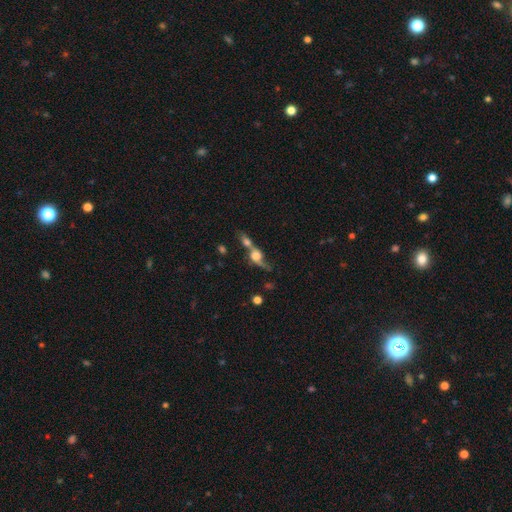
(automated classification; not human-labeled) A featured or disk galaxy (43%, tied with smooth).

Vote fractions:
- Smooth or featured? featured or disk: 43% (tied) / smooth: 43% (tied) / star or artifact: 14%
- Merging? merger: 62% / none: 17% / major disturbance: 12% / minor disturbance: 8%